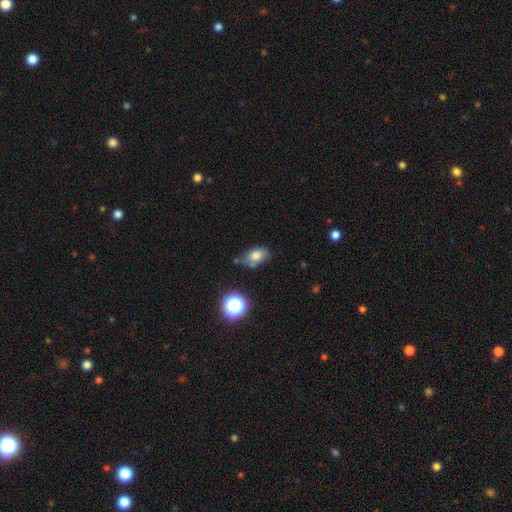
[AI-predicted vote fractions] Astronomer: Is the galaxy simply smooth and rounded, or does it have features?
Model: smooth — 77%.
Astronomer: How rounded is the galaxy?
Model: in between — 84%.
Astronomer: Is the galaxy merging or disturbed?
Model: none — 63%.